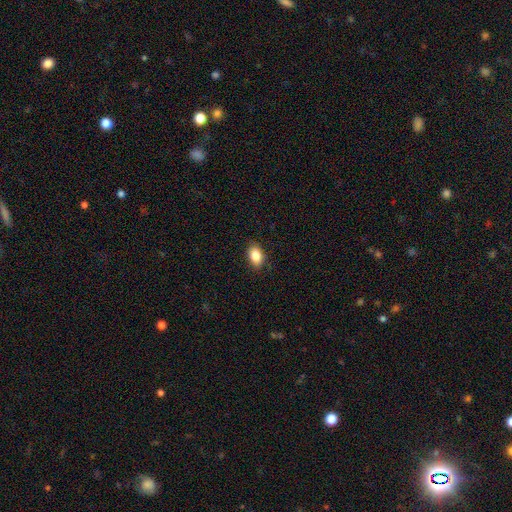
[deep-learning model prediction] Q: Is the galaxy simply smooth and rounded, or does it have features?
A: smooth — 86%.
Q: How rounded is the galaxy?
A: in between — 84%.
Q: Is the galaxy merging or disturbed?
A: none — 85%.